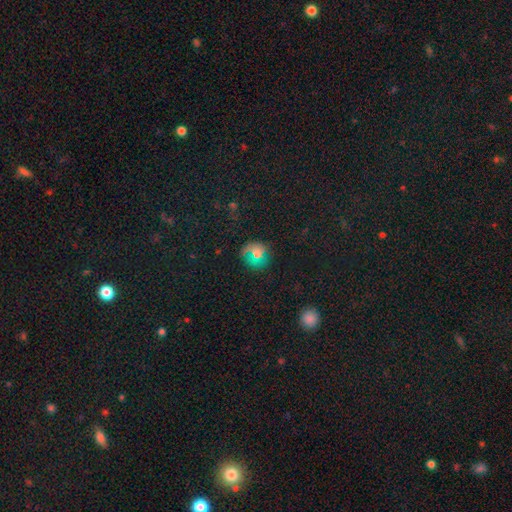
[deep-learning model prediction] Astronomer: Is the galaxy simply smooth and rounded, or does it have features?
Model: smooth — 60%.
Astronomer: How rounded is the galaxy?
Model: round — 86%.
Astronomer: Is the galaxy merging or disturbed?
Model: none — 75%.